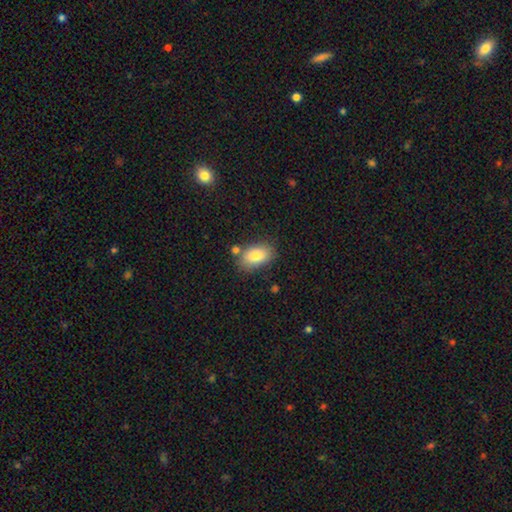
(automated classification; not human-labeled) Q: Smooth or featured?
A: smooth (81%); runner-up: featured or disk (11%)
Q: How rounded?
A: in between (90%); runner-up: round (8%)
Q: Merging?
A: none (73%); runner-up: minor disturbance (15%)